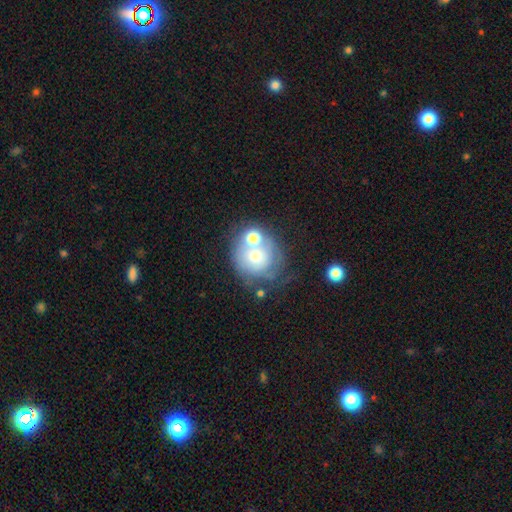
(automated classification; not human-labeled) Smooth or featured?
  - smooth: 50% *
  - featured or disk: 38%
  - star or artifact: 12%
Merging?
  - none: 41% *
  - merger: 28%
  - minor disturbance: 17%
  - major disturbance: 14%